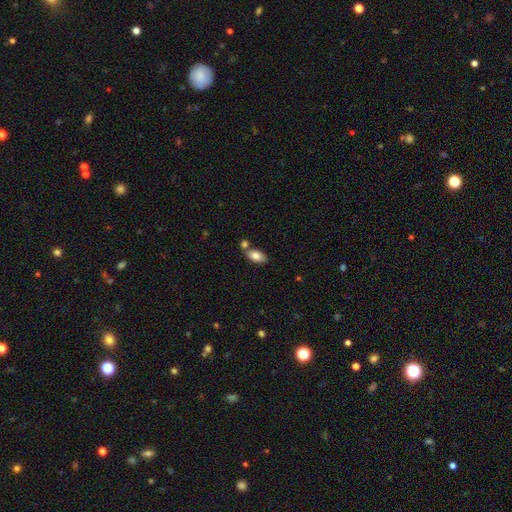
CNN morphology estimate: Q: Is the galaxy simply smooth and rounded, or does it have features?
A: smooth — 81%.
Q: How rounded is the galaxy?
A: in between — 92%.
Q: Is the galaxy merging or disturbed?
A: none — 65%.